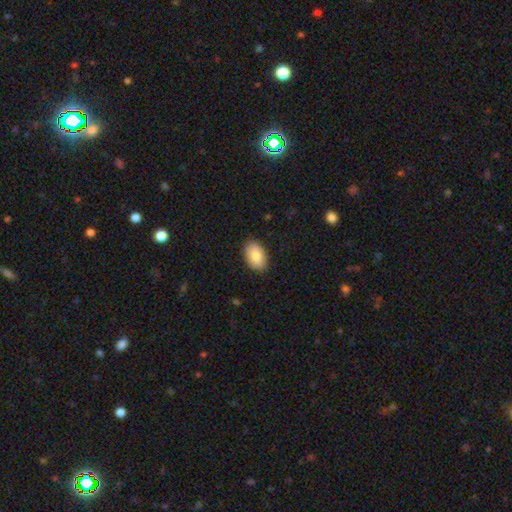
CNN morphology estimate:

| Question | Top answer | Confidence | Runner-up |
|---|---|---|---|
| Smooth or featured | smooth | 84% | featured or disk (10%) |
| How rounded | in between | 91% | round (7%) |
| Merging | none | 88% | minor disturbance (9%) |